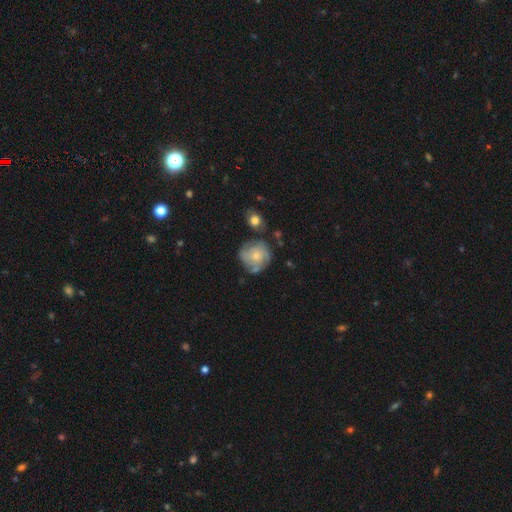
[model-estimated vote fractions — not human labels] Smooth or featured?
  - featured or disk: 57% *
  - smooth: 36%
  - star or artifact: 7%
Edge-on disk?
  - no: 97% *
  - yes: 3%
Bar?
  - no: 82% *
  - weak: 16%
  - strong: 2%
Spiral arms?
  - yes: 78% *
  - no: 22%
Bulge size?
  - small: 55% *
  - moderate: 37%
  - none: 4%
  - large: 2%
  - dominant: 1%
Merging?
  - none: 62% *
  - minor disturbance: 22%
  - major disturbance: 8%
  - merger: 8%